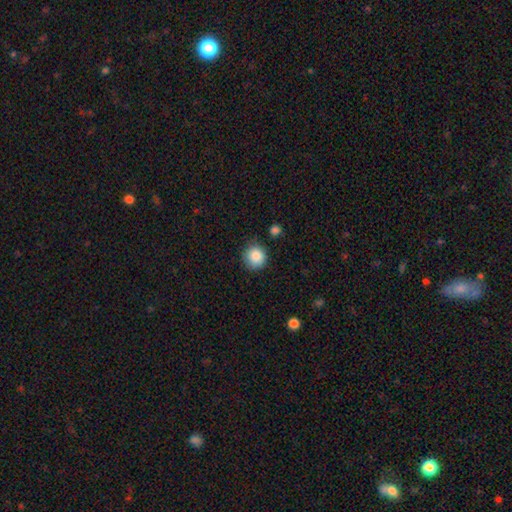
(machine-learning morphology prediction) smooth-or-featured: smooth: 86% | star or artifact: 9% | featured or disk: 5%
  how-rounded: round: 92% | in between: 8% | cigar-shaped: 1%
  merging: none: 83% | minor disturbance: 12% | merger: 3% | major disturbance: 3%